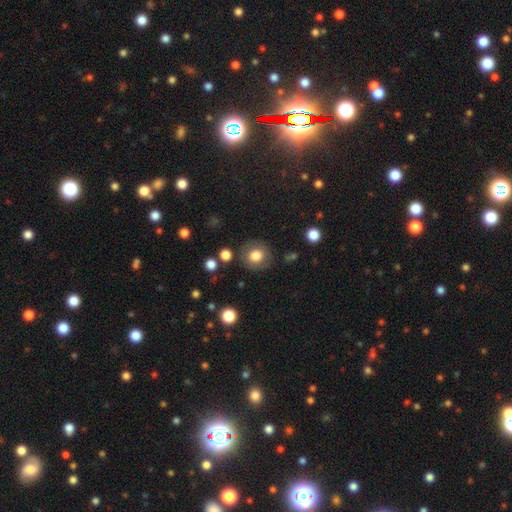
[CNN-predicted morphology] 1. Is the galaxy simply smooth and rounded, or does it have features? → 77% smooth, 14% featured or disk, 10% star or artifact.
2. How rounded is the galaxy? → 87% round, 12% in between, 1% cigar-shaped.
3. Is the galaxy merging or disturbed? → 82% none, 11% minor disturbance, 5% major disturbance, 3% merger.